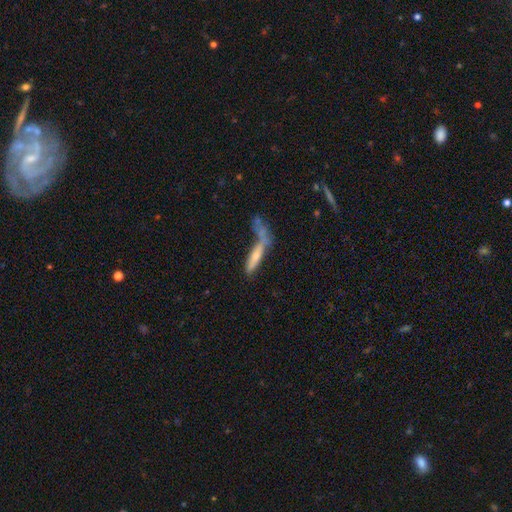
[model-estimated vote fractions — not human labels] Smooth or featured? smooth (46%)
Merging? none (35%)